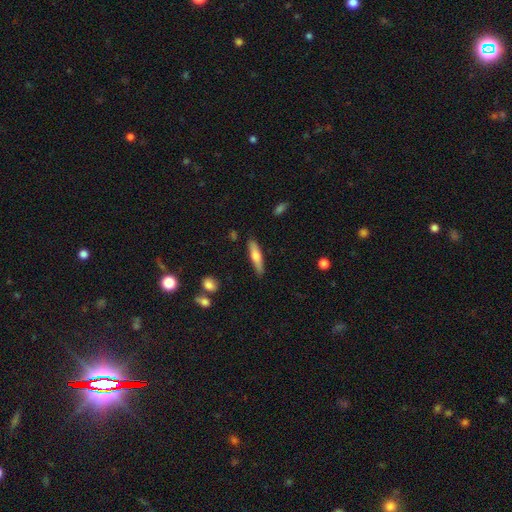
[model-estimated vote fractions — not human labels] This is likely a smooth galaxy (61%). How rounded: likely cigar-shaped (79%). Merging: clearly none (83%).